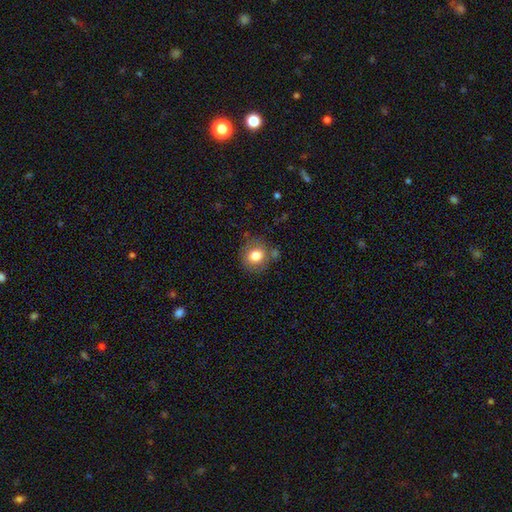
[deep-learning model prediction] The model was most divided on "merging": none: 76%, minor disturbance: 14%, merger: 6%, major disturbance: 4%. More confident: how rounded — round (82%); smooth or featured — smooth (79%).